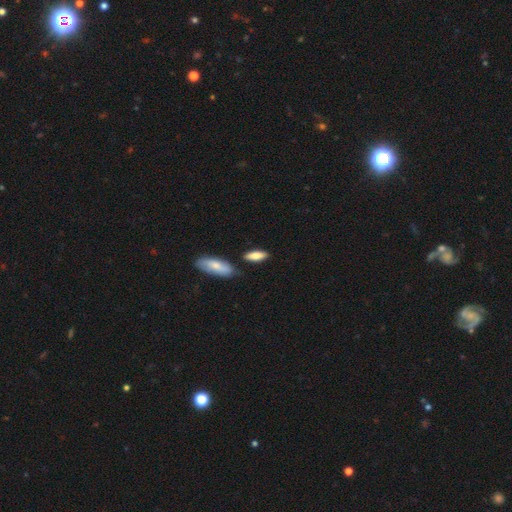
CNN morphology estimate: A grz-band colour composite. It shows a smooth galaxy with no disk features (80%) that is in between round and cigar-shaped (67%). Merging: none (77%).